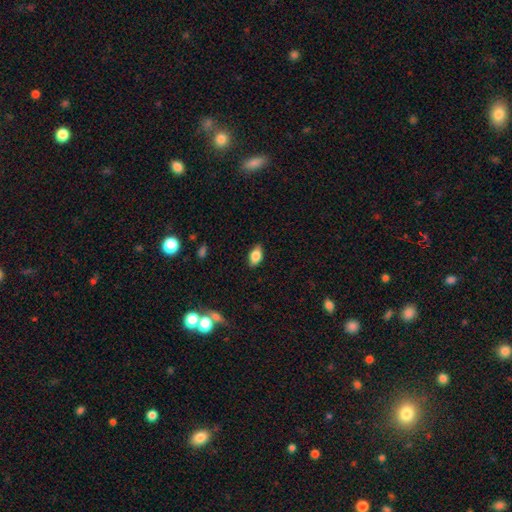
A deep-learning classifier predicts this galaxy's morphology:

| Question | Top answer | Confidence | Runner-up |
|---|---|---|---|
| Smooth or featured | smooth | 81% | featured or disk (11%) |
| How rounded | in between | 89% | round (7%) |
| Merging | none | 84% | minor disturbance (13%) |